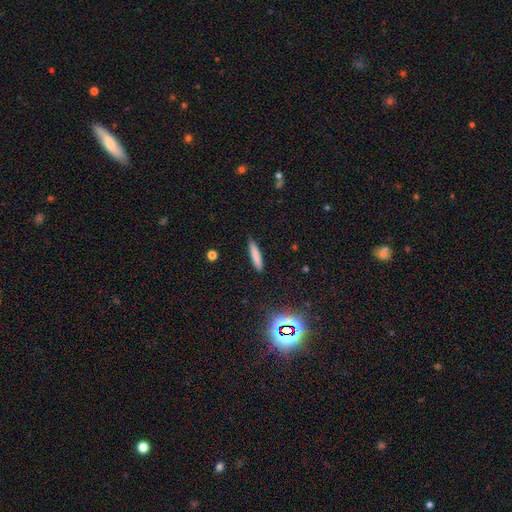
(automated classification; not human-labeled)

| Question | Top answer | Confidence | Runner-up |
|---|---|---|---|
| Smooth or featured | smooth | 80% | featured or disk (11%) |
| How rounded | cigar-shaped | 88% | in between (10%) |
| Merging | none | 86% | minor disturbance (11%) |